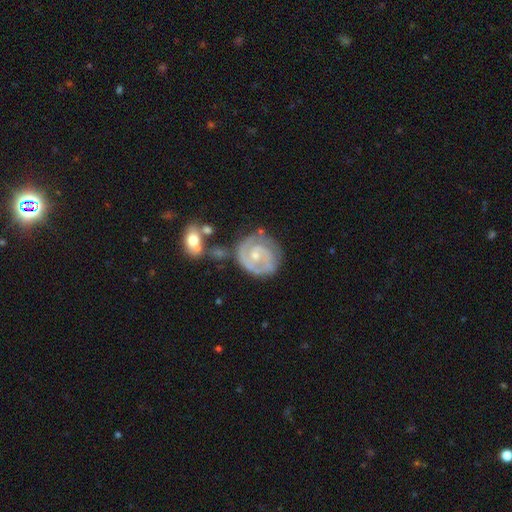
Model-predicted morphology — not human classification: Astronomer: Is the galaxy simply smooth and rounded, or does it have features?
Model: featured or disk — 85%.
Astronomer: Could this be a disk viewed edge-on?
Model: no — 98%.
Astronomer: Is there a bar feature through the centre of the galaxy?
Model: no — 62%.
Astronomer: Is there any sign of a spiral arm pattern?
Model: yes — 94%.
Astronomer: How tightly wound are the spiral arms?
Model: tight — 66%.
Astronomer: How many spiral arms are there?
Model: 2 — 60%.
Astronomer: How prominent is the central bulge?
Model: small — 60% (runner-up: moderate, 35%).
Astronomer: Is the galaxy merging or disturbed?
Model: none — 65%.